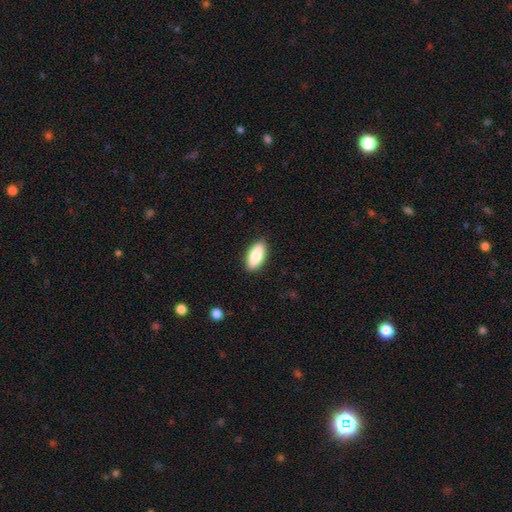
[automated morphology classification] type=smooth (86%); roundness=in between (86%); merging=none (89%).